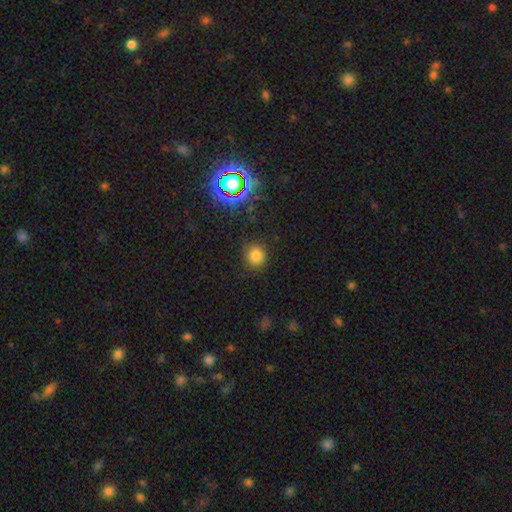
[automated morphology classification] smooth-or-featured: smooth: 77% | star or artifact: 17% | featured or disk: 6%
  how-rounded: round: 88% | in between: 11% | cigar-shaped: 1%
  merging: none: 87% | minor disturbance: 9% | major disturbance: 3% | merger: 1%